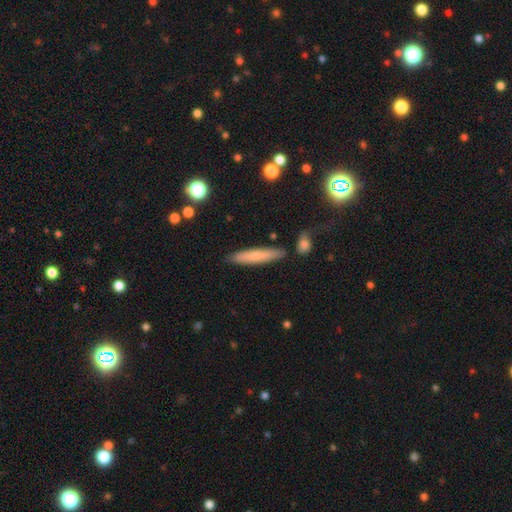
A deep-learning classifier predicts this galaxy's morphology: The model was most divided on "smooth or featured": smooth: 70%, featured or disk: 23%, star or artifact: 7%. More confident: how rounded — cigar-shaped (90%); merging — none (85%).